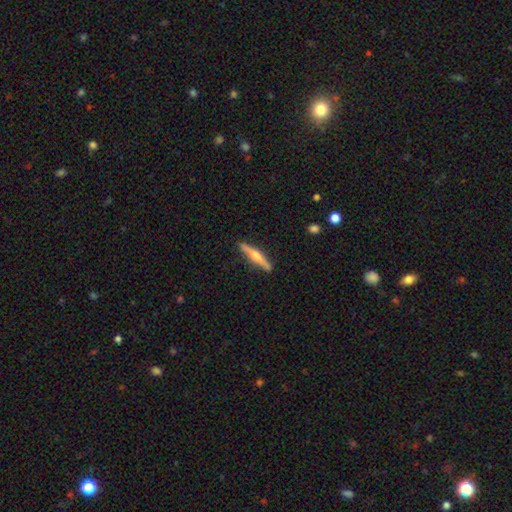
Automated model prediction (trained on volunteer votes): The model was most divided on "smooth or featured": featured or disk: 67%, smooth: 28%, star or artifact: 5%. More confident: edge-on disk — yes (97%); edge-on bulge — rounded (92%); merging — none (90%).